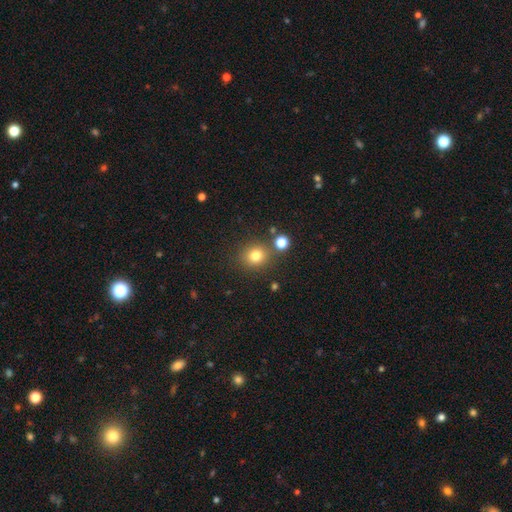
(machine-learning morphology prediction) Smooth or featured: smooth — 78% (star or artifact — 15%)
How rounded: round — 85% (in between — 14%)
Merging: none — 79% (merger — 9%)